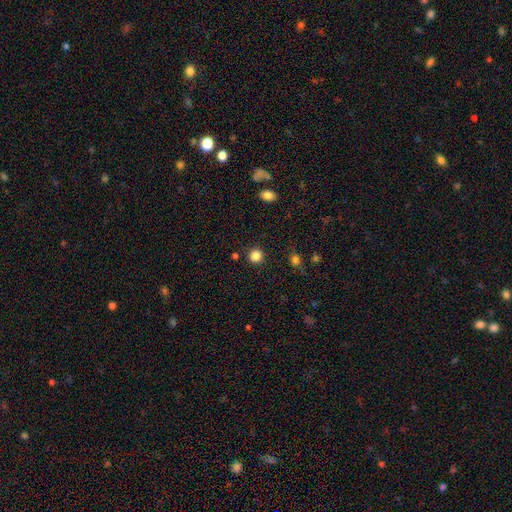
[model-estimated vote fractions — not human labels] Smooth or featured? Predicted: smooth (p=0.85). How rounded? Predicted: round (p=0.91). Merging? Predicted: none (p=0.88).